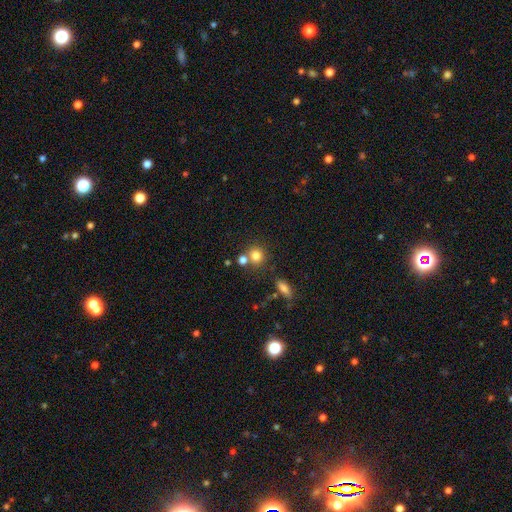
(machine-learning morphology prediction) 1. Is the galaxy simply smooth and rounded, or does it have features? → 78% smooth, 13% star or artifact, 9% featured or disk.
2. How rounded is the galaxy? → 86% round, 13% in between, 1% cigar-shaped.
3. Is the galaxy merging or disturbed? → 62% none, 25% merger, 10% minor disturbance, 4% major disturbance.